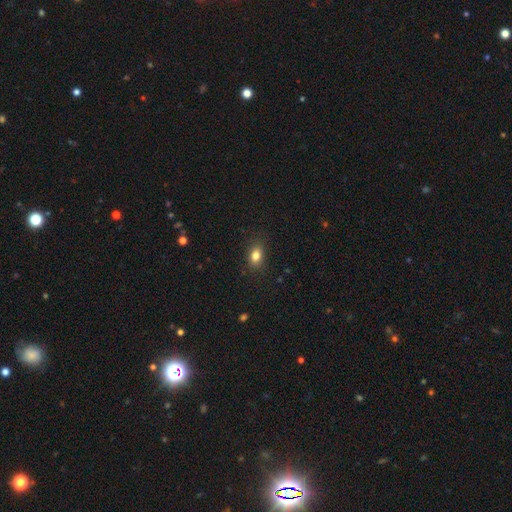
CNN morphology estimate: Smooth or featured? Predicted: smooth (p=0.82). How rounded? Predicted: in between (p=0.76). Merging? Predicted: none (p=0.85).